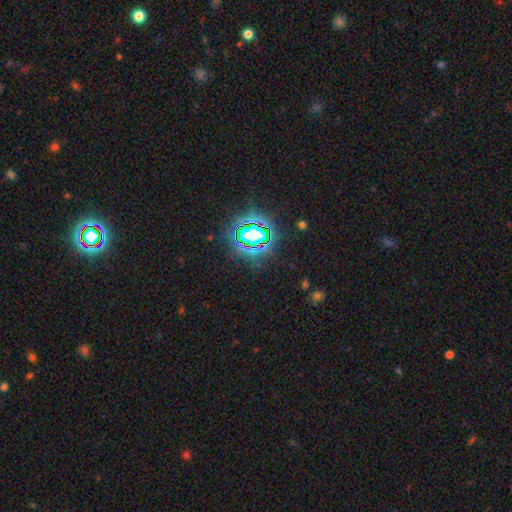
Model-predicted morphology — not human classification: Smooth or featured? Predicted: star or artifact (p=0.78).